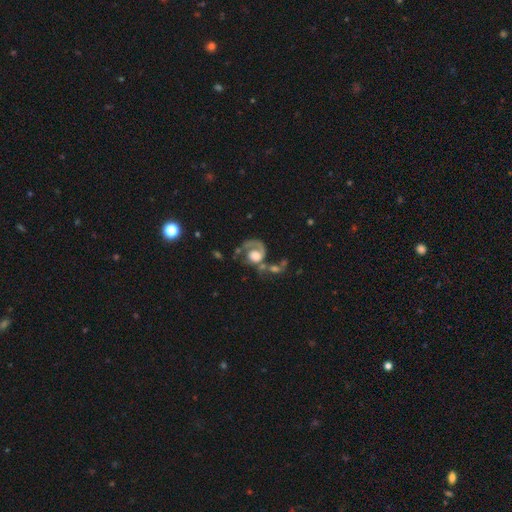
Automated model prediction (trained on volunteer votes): The model was most divided on "spiral winding": tight: 34%, loose: 33%, medium: 33%. Remaining: edge-on disk — no (98%); spiral arm count — 1 (85%); spiral arms — yes (84%); bar — no (80%); smooth or featured — featured or disk (73%); bulge size — large (46%); merging — major disturbance (33%).